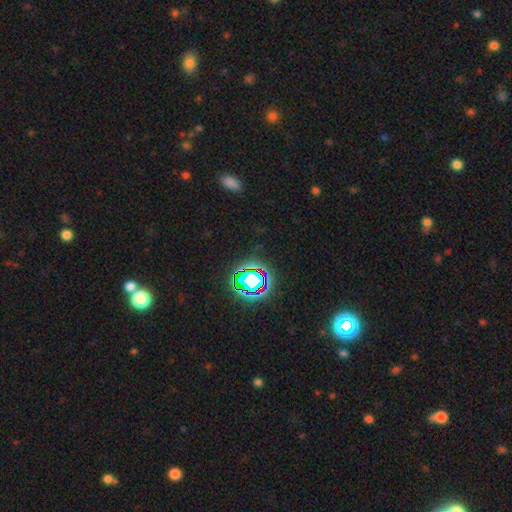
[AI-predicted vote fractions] Smooth or featured?
  - star or artifact: 76% *
  - smooth: 15%
  - featured or disk: 8%